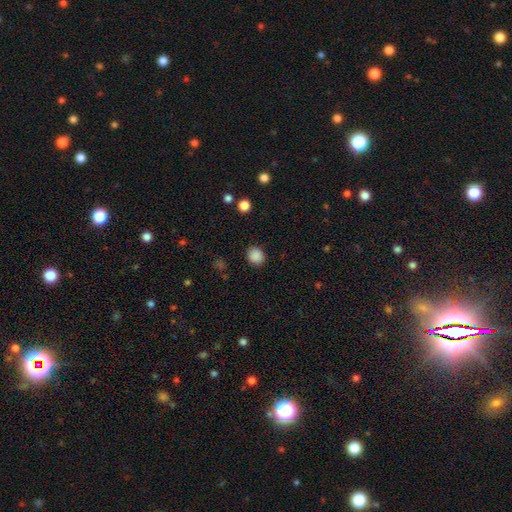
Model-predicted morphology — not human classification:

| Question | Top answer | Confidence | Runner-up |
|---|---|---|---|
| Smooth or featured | smooth | 87% | star or artifact (11%) |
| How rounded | round | 78% | in between (21%) |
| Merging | none | 88% | minor disturbance (8%) |